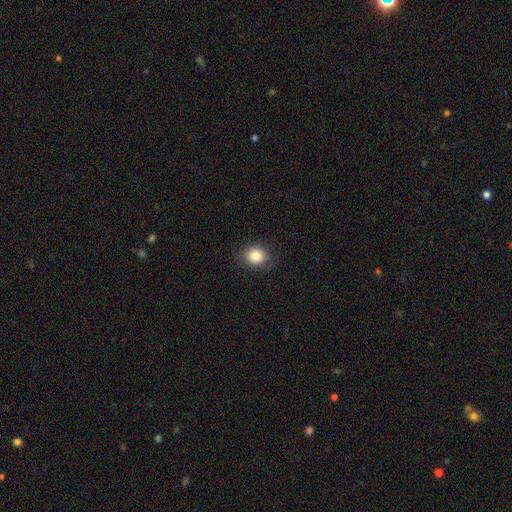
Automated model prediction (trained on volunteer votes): Smooth or featured? Predicted: smooth (p=0.85). How rounded? Predicted: round (p=0.78). Merging? Predicted: none (p=0.89).